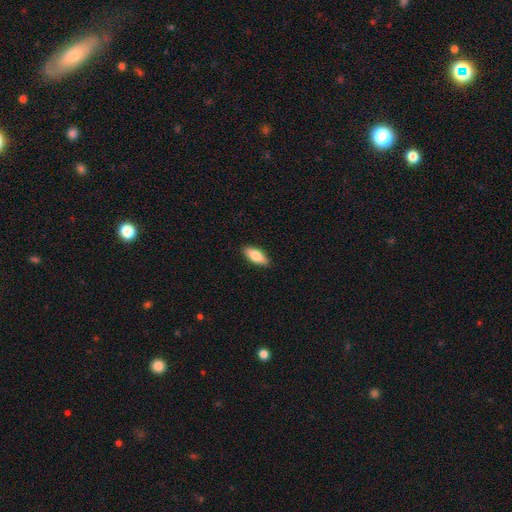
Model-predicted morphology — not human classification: smooth-or-featured: smooth: 78% | featured or disk: 17% | star or artifact: 6%
  how-rounded: in between: 78% | cigar-shaped: 20% | round: 2%
  merging: none: 90% | minor disturbance: 8% | major disturbance: 2% | merger: 1%